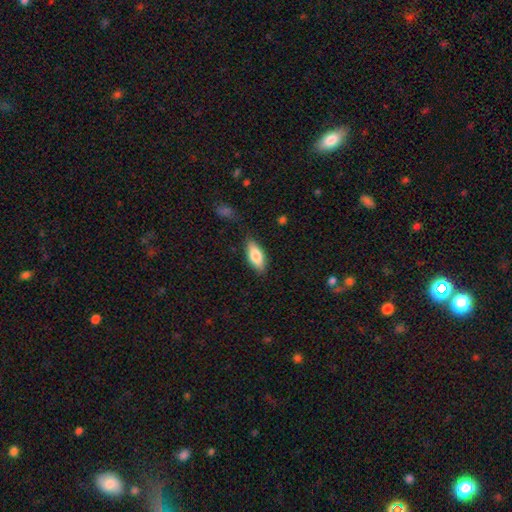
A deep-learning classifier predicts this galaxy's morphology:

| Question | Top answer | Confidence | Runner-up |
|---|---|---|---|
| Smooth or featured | smooth | 78% | featured or disk (16%) |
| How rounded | in between | 81% | cigar-shaped (17%) |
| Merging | none | 81% | minor disturbance (14%) |